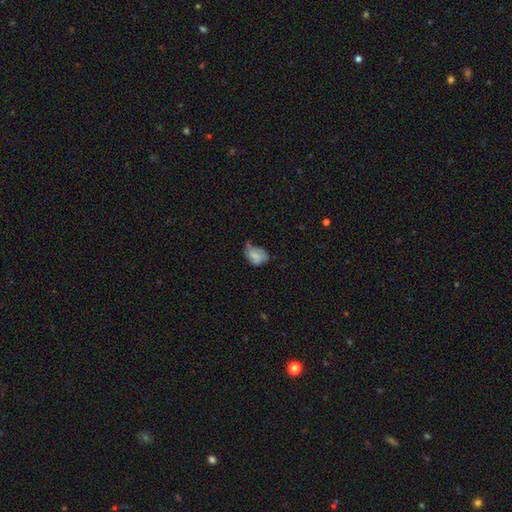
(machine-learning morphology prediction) Smooth or featured: smooth — 62% (featured or disk — 28%)
How rounded: in between — 76% (round — 23%)
Merging: minor disturbance — 38% (none — 31%)